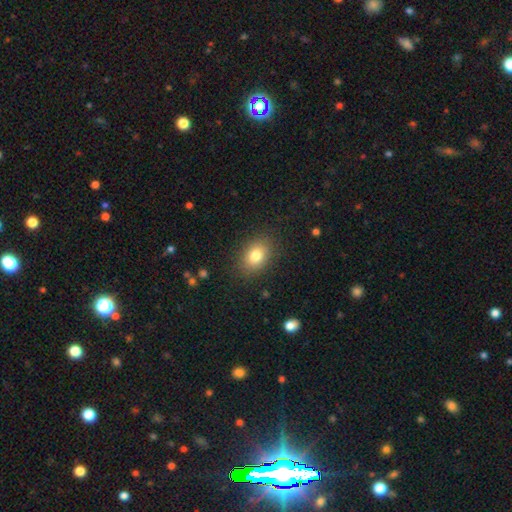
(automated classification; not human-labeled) A smooth galaxy with no disk features (80%) that is in between round and cigar-shaped (74%).

Vote fractions:
- Smooth or featured? smooth: 80% / featured or disk: 10% / star or artifact: 10%
- How rounded? in between: 74% / round: 25% / cigar-shaped: 1%
- Merging? none: 86% / minor disturbance: 9% / major disturbance: 3% / merger: 1%